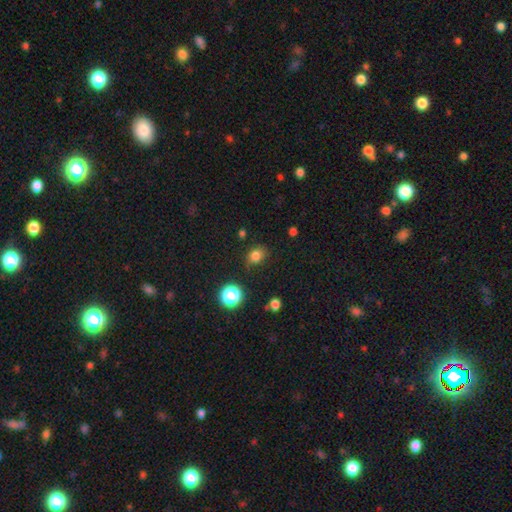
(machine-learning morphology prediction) This appears to be a smooth galaxy with no disk features (79%) that is round (59%). Merging: none (70%).